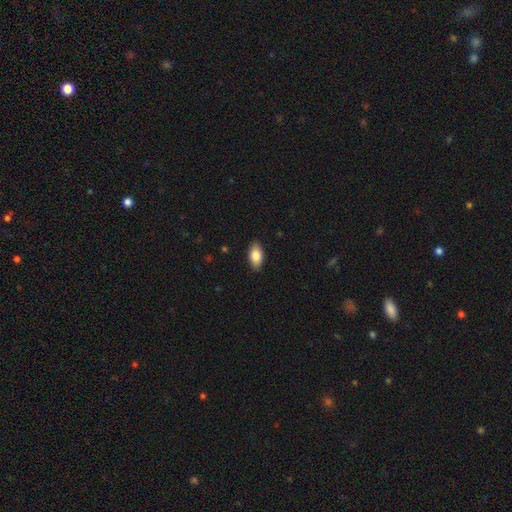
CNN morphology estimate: This is clearly a smooth galaxy (84%). How rounded: clearly in between (92%). Merging: clearly none (88%).